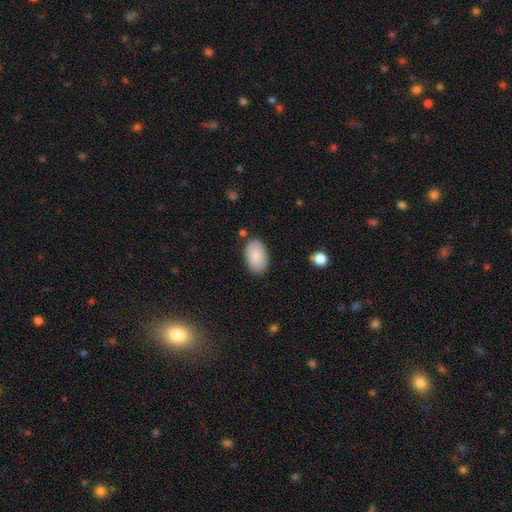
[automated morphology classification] A smooth galaxy with no disk features (86%) that is in between round and cigar-shaped (93%).

Vote fractions:
- Smooth or featured? smooth: 86% / featured or disk: 8% / star or artifact: 6%
- How rounded? in between: 93% / round: 6% / cigar-shaped: 1%
- Merging? none: 83% / minor disturbance: 12% / major disturbance: 3% / merger: 2%